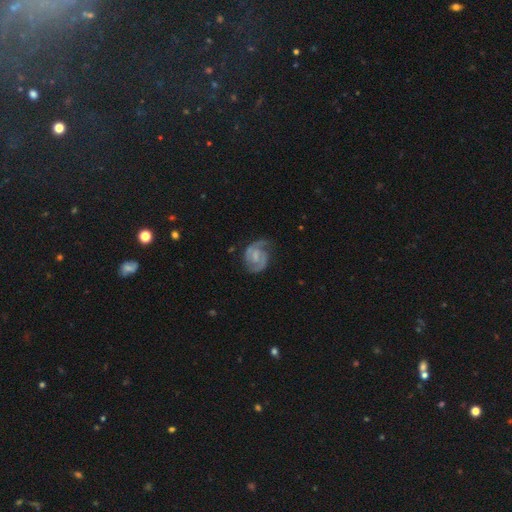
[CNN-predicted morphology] This appears to be a featured or disk galaxy (85%) with a weak bar (50%), 2 (88%) medium (49%) spiral arms (97%) and a small central bulge (36%). Merging: none (68%).